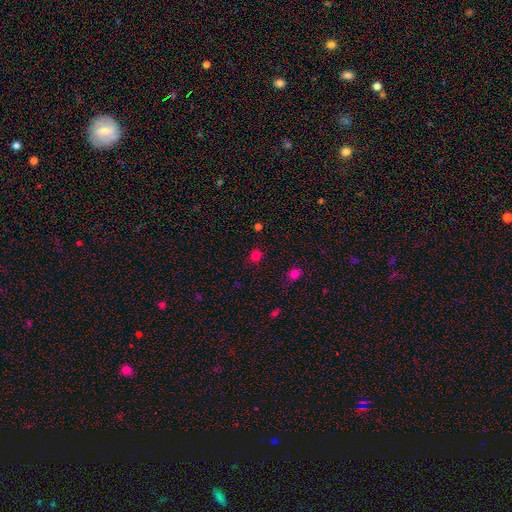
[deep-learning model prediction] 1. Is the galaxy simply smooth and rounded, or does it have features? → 77% smooth, 19% star or artifact, 4% featured or disk.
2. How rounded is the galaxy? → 84% round, 15% in between, 1% cigar-shaped.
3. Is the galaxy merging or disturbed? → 87% none, 8% minor disturbance, 3% major disturbance, 2% merger.